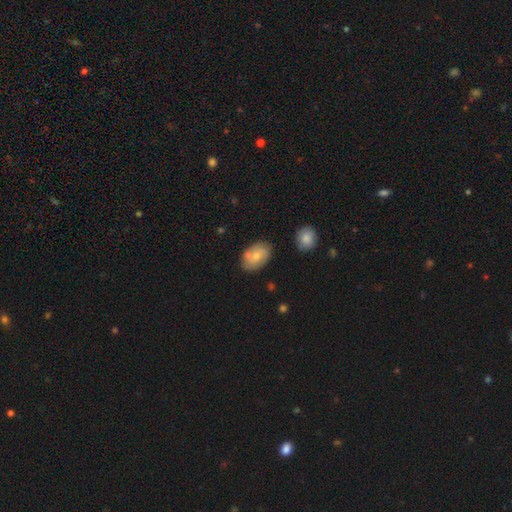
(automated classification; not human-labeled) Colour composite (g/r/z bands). It shows a smooth galaxy with no disk features (71%) that is in between round and cigar-shaped (88%). Merging: none (76%).